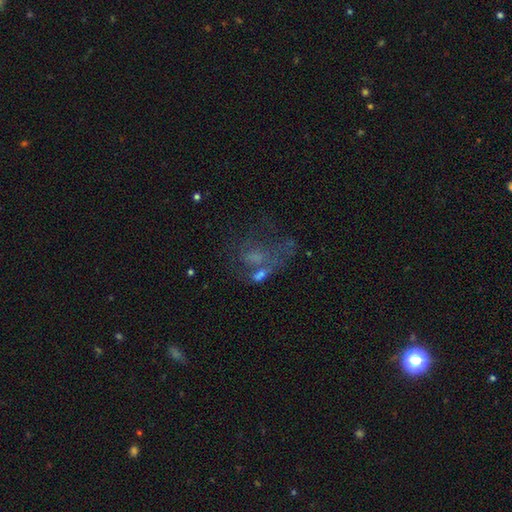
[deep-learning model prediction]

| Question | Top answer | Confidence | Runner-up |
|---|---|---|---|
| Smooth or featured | featured or disk | 44% | smooth (32%) |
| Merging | major disturbance | 34% | none (28%) |